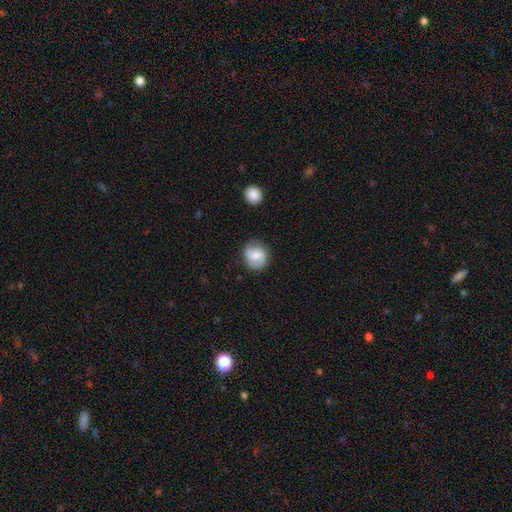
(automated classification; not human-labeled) Smooth or featured? Predicted: smooth (p=0.50). Merging? Predicted: none (p=0.80).